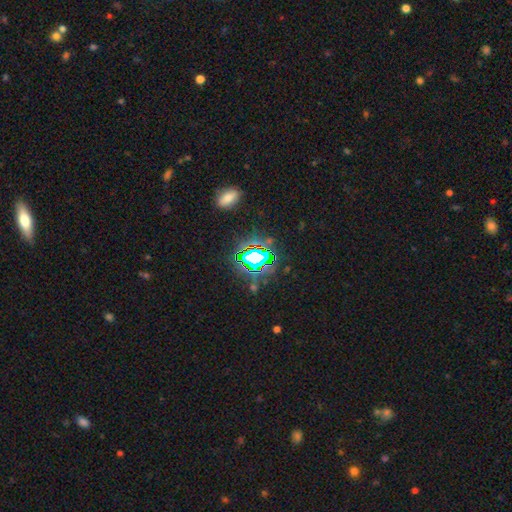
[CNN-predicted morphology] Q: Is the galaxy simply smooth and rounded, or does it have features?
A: star or artifact — 71%.